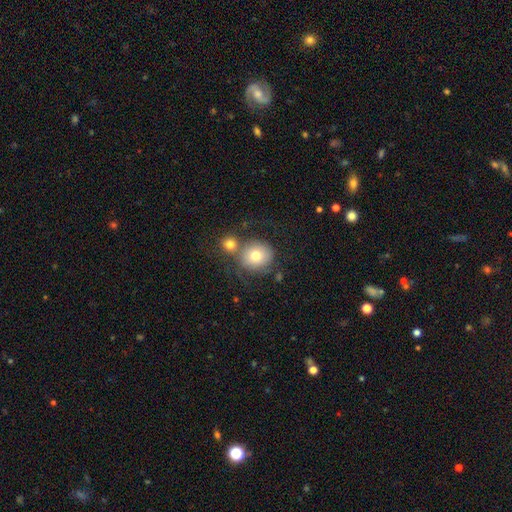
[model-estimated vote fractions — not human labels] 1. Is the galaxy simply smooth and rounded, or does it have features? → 72% smooth, 18% featured or disk, 10% star or artifact.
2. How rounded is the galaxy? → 87% round, 12% in between, 1% cigar-shaped.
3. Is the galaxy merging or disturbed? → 51% none, 32% merger, 11% minor disturbance, 6% major disturbance.